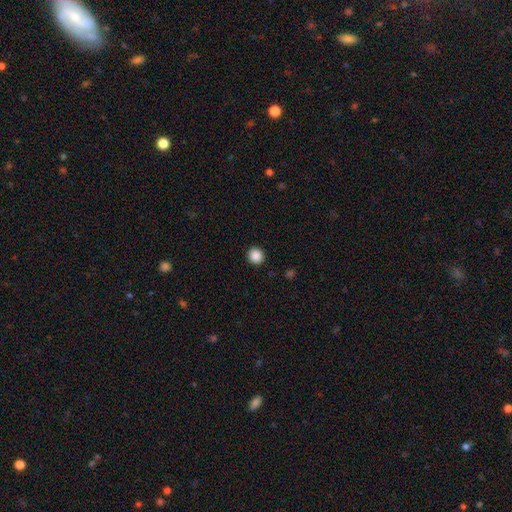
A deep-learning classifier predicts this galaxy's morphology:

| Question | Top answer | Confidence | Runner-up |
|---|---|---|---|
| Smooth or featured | smooth | 88% | star or artifact (10%) |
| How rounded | round | 92% | in between (7%) |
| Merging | none | 93% | minor disturbance (5%) |